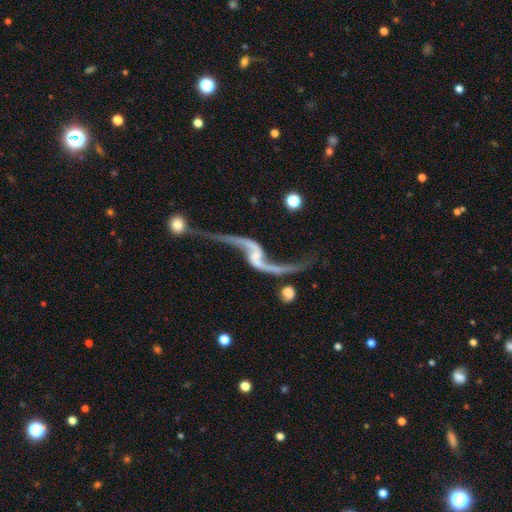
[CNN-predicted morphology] A featured or disk galaxy (91%) with no bar (45%), 2 (94%) loose (95%) spiral arms (95%) and a small central bulge (42%).

Vote fractions:
- Smooth or featured? featured or disk: 91% / star or artifact: 5% / smooth: 4%
- Edge-on disk? no: 94% / yes: 6%
- Bar? no: 45% / weak: 37% / strong: 18%
- Spiral arms? yes: 95% / no: 5%
- Spiral winding? loose: 95% / medium: 3% / tight: 2%
- Spiral arm count? 2: 94% / 1: 2% / can't tell: 1% / 3: 1% / 4: 1% / more than 4: 1%
- Bulge size? small: 42% / none: 40% / moderate: 13% / large: 3% / dominant: 2%
- Merging? none: 43% / merger: 23% / major disturbance: 18% / minor disturbance: 16%